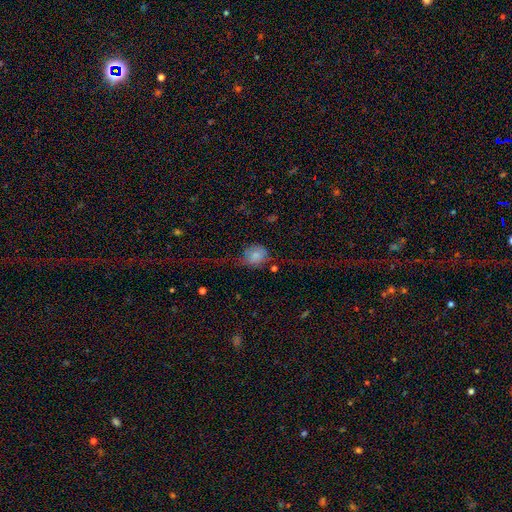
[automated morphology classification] Smooth or featured: smooth — 75% (featured or disk — 14%)
How rounded: round — 68% (in between — 31%)
Merging: none — 43% (minor disturbance — 31%)